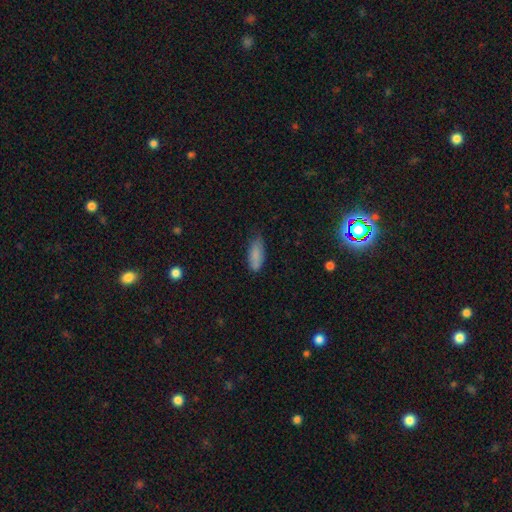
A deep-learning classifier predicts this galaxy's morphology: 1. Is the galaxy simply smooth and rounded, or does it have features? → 85% smooth, 8% featured or disk, 7% star or artifact.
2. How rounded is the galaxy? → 78% in between, 20% cigar-shaped, 2% round.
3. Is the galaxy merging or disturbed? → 63% none, 31% minor disturbance, 5% major disturbance, 2% merger.